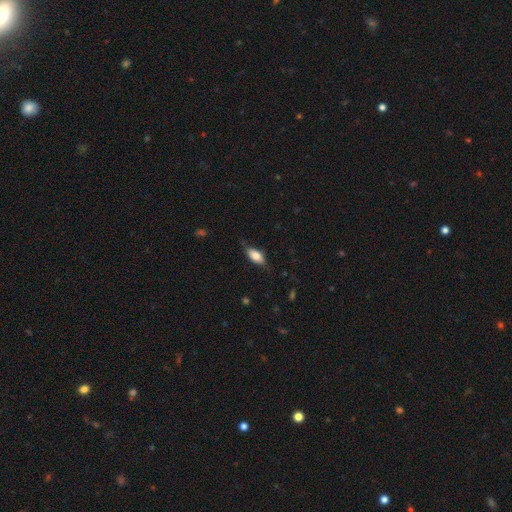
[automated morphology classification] Smooth or featured: smooth — 79% (featured or disk — 15%)
How rounded: in between — 86% (cigar-shaped — 11%)
Merging: none — 72% (minor disturbance — 22%)